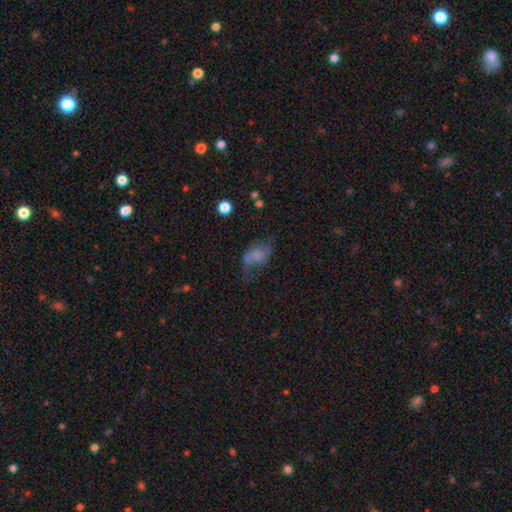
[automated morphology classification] smooth_or_featured: smooth (p=0.52) [alt: featured or disk p=0.36]
how_rounded: in between (p=0.83) [alt: round p=0.14]
merging: major disturbance (p=0.36) [alt: none p=0.31]